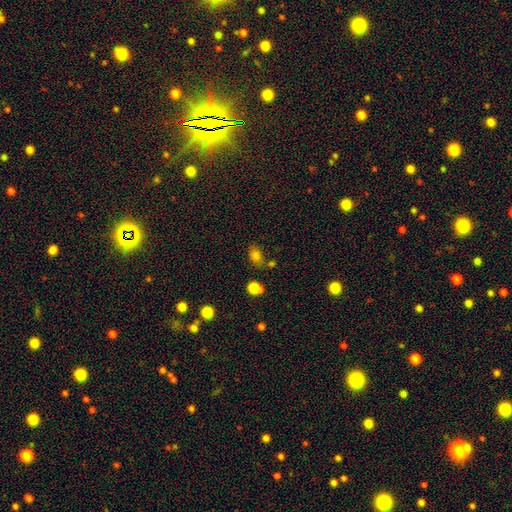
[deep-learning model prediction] The model was most divided on "merging": none: 63%, minor disturbance: 17%, merger: 15%, major disturbance: 5%. More confident: smooth or featured — smooth (78%); how rounded — in between (73%).